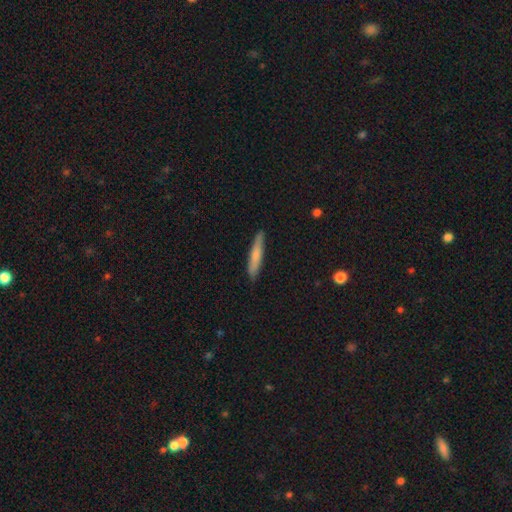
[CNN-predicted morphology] type=smooth (72%); roundness=cigar-shaped (92%); merging=none (88%).